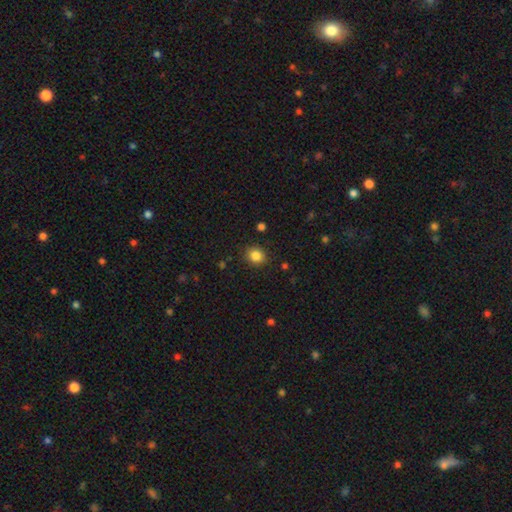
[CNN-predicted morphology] The model was most divided on "how rounded": round: 77%, in between: 22%, cigar-shaped: 1%. More confident: merging — none (88%); smooth or featured — smooth (85%).